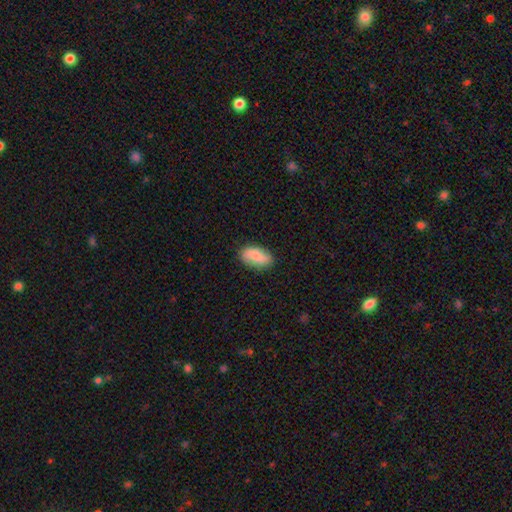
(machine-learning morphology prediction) The model was most divided on "smooth or featured": smooth: 78%, featured or disk: 15%, star or artifact: 7%. More confident: how rounded — in between (91%); merging — none (80%).